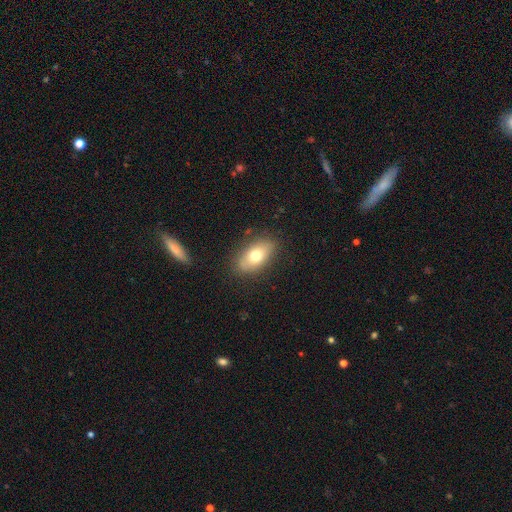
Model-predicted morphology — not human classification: Smooth or featured? Predicted: smooth (p=0.70). How rounded? Predicted: in between (p=0.88). Merging? Predicted: none (p=0.82).